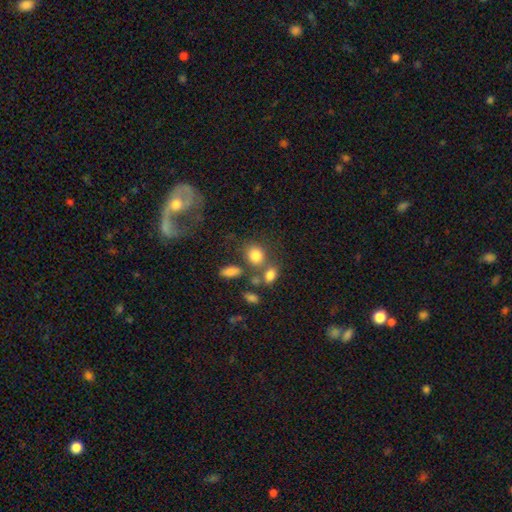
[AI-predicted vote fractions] Smooth or featured? Predicted: smooth (p=0.79). How rounded? Predicted: round (p=0.60). Merging? Predicted: none (p=0.51).